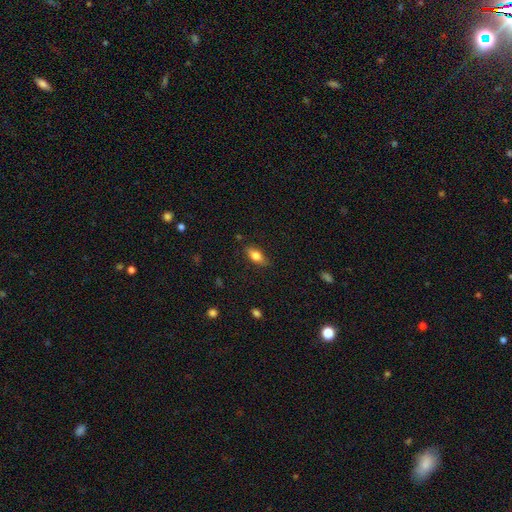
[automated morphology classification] Overall: smooth (76%). How rounded: in between (82%). Merging: none (83%).